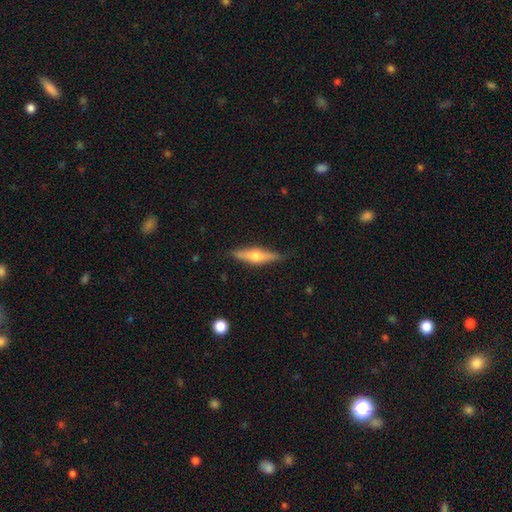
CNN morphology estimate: featured or disk 61%, smooth 33%, star or artifact 6%. Down the decision tree: edge-on disk — yes (95%); edge-on bulge — rounded (93%); merging — none (86%).